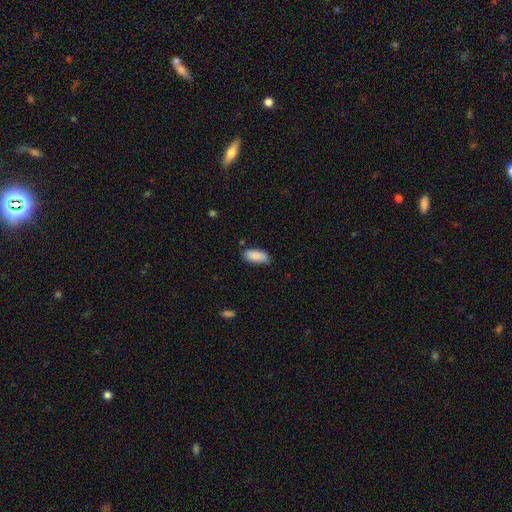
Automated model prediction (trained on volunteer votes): smooth-or-featured: smooth: 88% | star or artifact: 6% | featured or disk: 5%
  how-rounded: in between: 88% | cigar-shaped: 10% | round: 2%
  merging: none: 80% | minor disturbance: 16% | major disturbance: 3% | merger: 2%